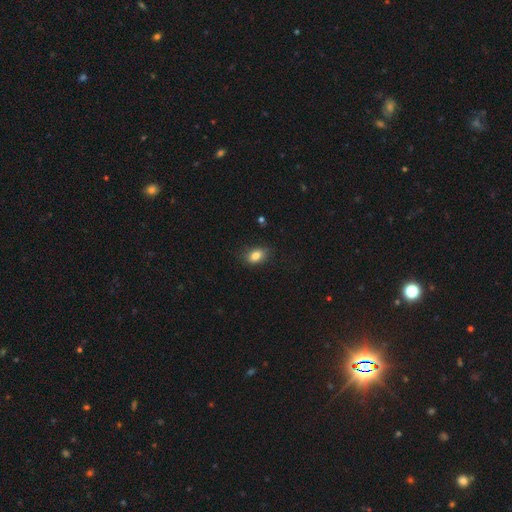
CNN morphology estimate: smooth 83%, star or artifact 9%, featured or disk 8%. Down the decision tree: how rounded — in between (80%); merging — none (81%).